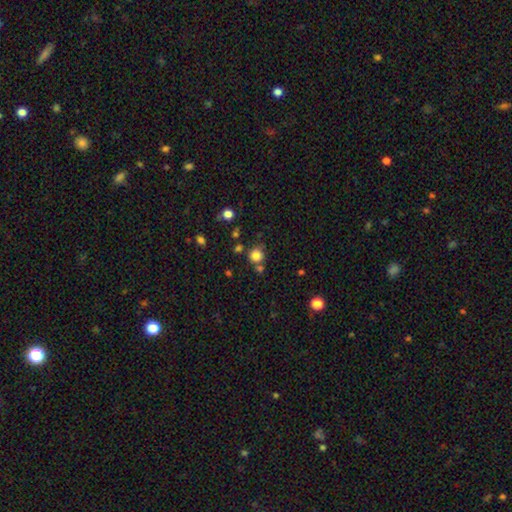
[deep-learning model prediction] smooth_or_featured: smooth (p=0.82) [alt: star or artifact p=0.13]
how_rounded: round (p=0.89) [alt: in between p=0.10]
merging: none (p=0.68) [alt: merger p=0.15]